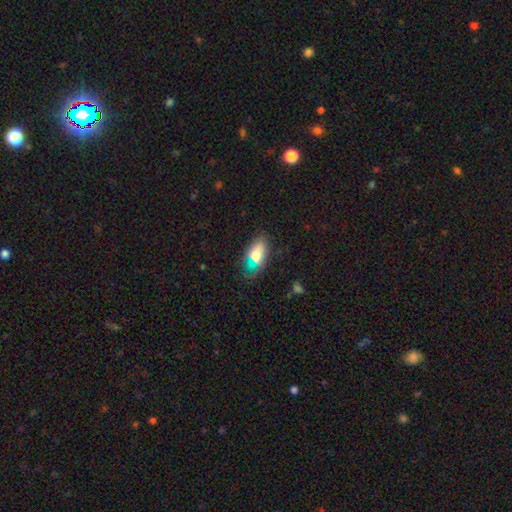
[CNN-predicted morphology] smooth_or_featured: smooth (p=0.73) [alt: featured or disk p=0.15]
how_rounded: in between (p=0.89) [alt: cigar-shaped p=0.06]
merging: none (p=0.65) [alt: minor disturbance p=0.24]